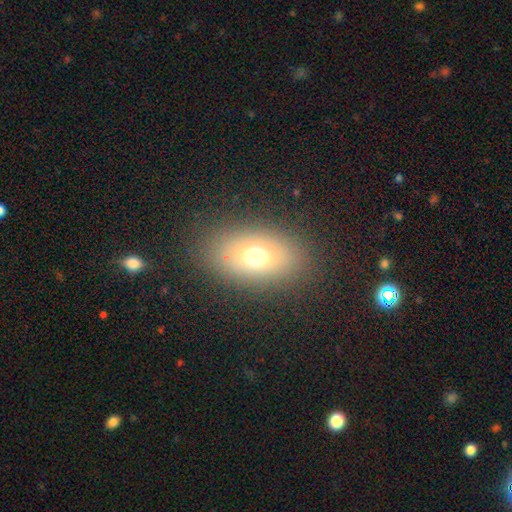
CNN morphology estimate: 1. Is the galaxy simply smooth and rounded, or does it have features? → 69% smooth, 19% featured or disk, 12% star or artifact.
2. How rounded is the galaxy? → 86% in between, 11% round, 3% cigar-shaped.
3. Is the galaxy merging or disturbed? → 85% none, 10% minor disturbance, 4% major disturbance, 1% merger.